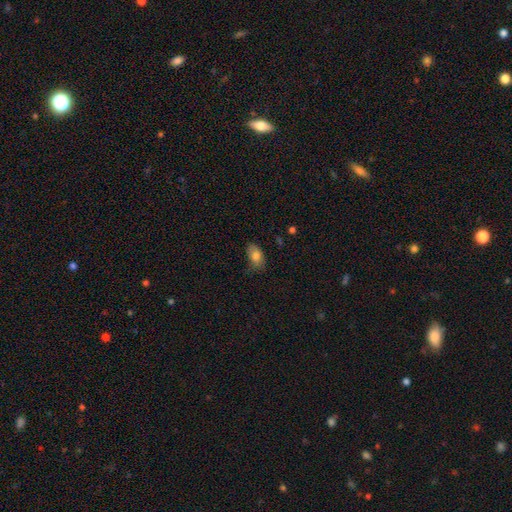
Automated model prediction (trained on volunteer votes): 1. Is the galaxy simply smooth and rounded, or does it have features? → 81% smooth, 11% featured or disk, 8% star or artifact.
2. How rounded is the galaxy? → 90% in between, 8% round, 2% cigar-shaped.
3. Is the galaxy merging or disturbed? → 61% none, 30% minor disturbance, 7% major disturbance, 2% merger.